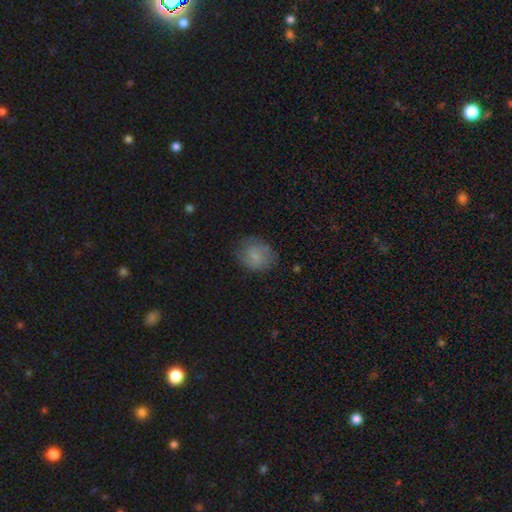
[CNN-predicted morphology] Smooth or featured?
  - smooth: 68% *
  - featured or disk: 24%
  - star or artifact: 8%
How rounded?
  - round: 66% *
  - in between: 33%
  - cigar-shaped: 1%
Merging?
  - none: 74% *
  - minor disturbance: 18%
  - major disturbance: 6%
  - merger: 1%